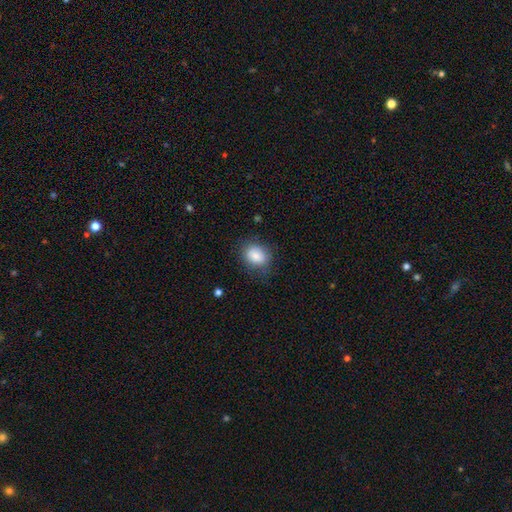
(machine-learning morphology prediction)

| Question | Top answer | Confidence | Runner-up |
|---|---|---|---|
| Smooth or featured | smooth | 85% | star or artifact (8%) |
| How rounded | in between | 54% | round (45%) |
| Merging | none | 74% | minor disturbance (18%) |